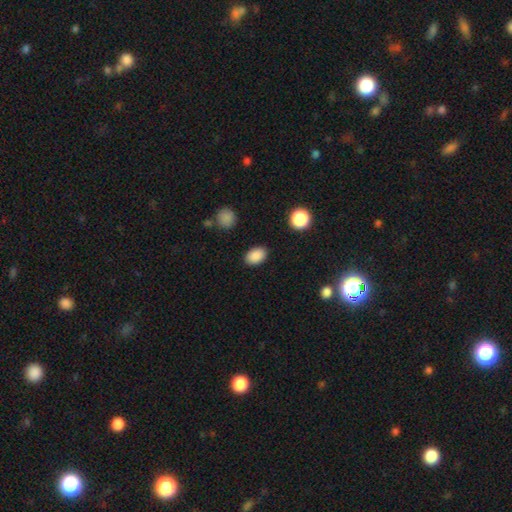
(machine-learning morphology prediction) smooth_or_featured: smooth (p=0.88) [alt: star or artifact p=0.08]
how_rounded: in between (p=0.83) [alt: round p=0.15]
merging: none (p=0.88) [alt: minor disturbance p=0.08]